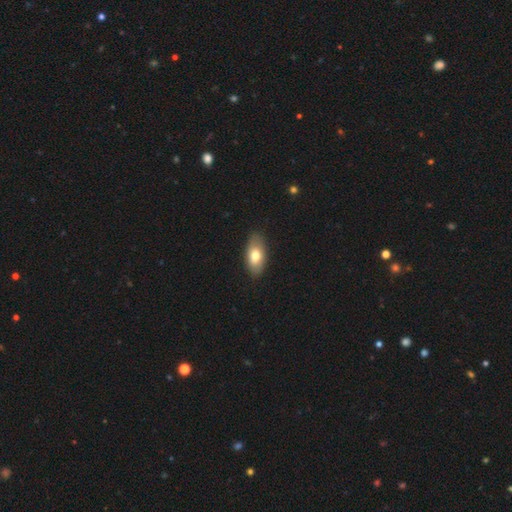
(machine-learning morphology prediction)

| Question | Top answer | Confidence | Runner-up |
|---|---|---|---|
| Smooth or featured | smooth | 73% | featured or disk (20%) |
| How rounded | in between | 90% | cigar-shaped (6%) |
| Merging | none | 84% | minor disturbance (12%) |